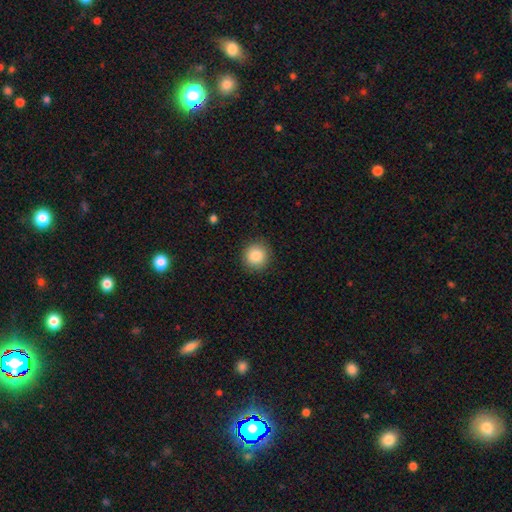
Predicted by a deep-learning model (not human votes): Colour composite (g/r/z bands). It shows a smooth galaxy with no disk features (86%) that is round (93%). Merging: none (91%).